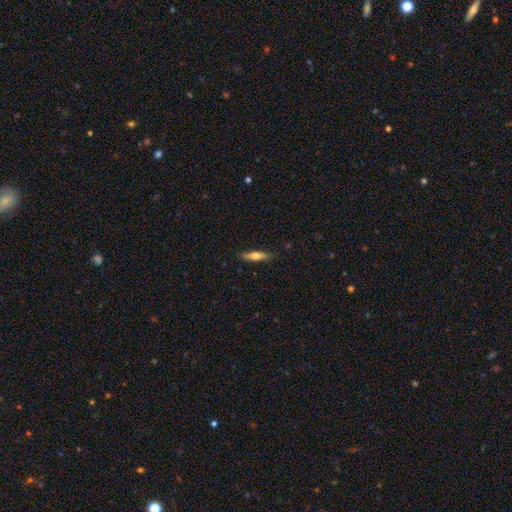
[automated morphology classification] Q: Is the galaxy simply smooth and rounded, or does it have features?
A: smooth — 65%.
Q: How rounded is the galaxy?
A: cigar-shaped — 69%.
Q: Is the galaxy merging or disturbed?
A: none — 84%.